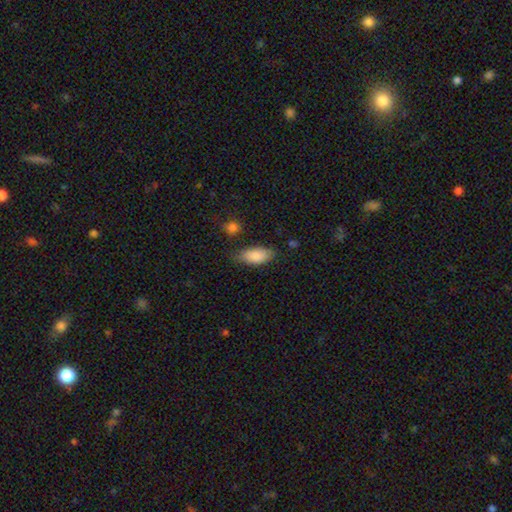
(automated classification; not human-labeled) Q: Smooth or featured?
A: smooth (87%); runner-up: star or artifact (7%)
Q: How rounded?
A: in between (89%); runner-up: cigar-shaped (8%)
Q: Merging?
A: none (73%); runner-up: minor disturbance (20%)